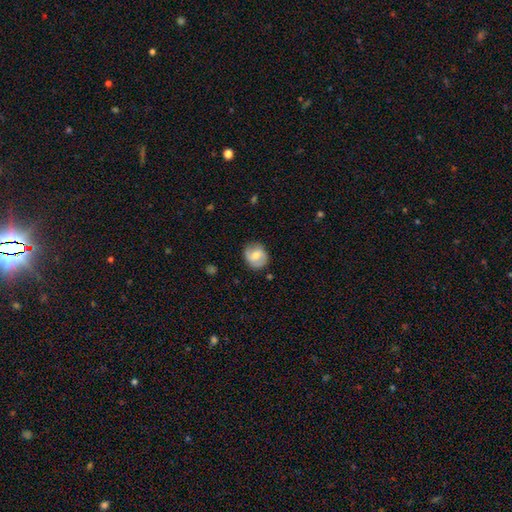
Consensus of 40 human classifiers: This is likely a featured or disk galaxy (62%). It is clearly not viewed edge-on (100%). Bar: possibly weak (56%). Spiral arm pattern: likely yes (64%). Spiral arm count: clearly 2 (81%). Spiral winding: possibly tight (50%). Central bulge: likely moderate (68%). Merging: possibly none (59%).